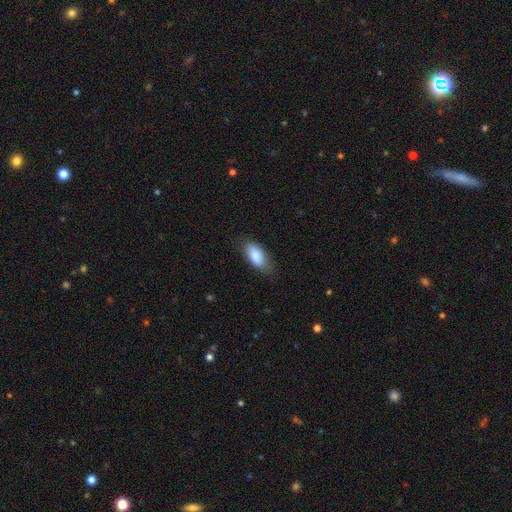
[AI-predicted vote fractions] smooth_or_featured: smooth (p=0.86) [alt: featured or disk p=0.08]
how_rounded: in between (p=0.87) [alt: cigar-shaped p=0.11]
merging: none (p=0.74) [alt: minor disturbance p=0.20]